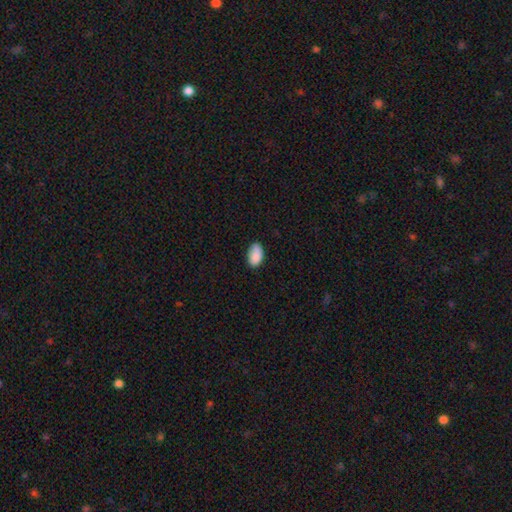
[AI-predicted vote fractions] Smooth or featured: smooth — 89% (star or artifact — 7%)
How rounded: in between — 94% (round — 5%)
Merging: none — 76% (minor disturbance — 20%)